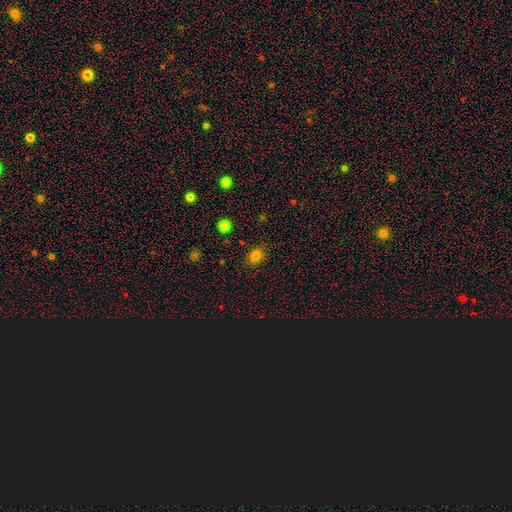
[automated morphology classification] Smooth or featured? smooth (80%)
How rounded? in between (62%)
Merging? none (84%)